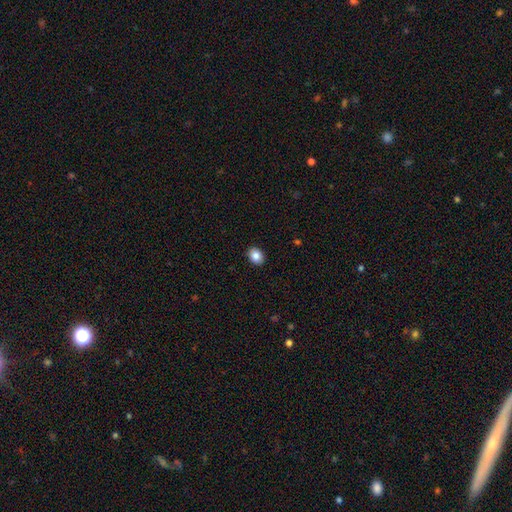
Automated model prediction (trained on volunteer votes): smooth_or_featured: smooth (p=0.86) [alt: star or artifact p=0.09]
how_rounded: in between (p=0.51) [alt: round p=0.48]
merging: none (p=0.91) [alt: minor disturbance p=0.06]